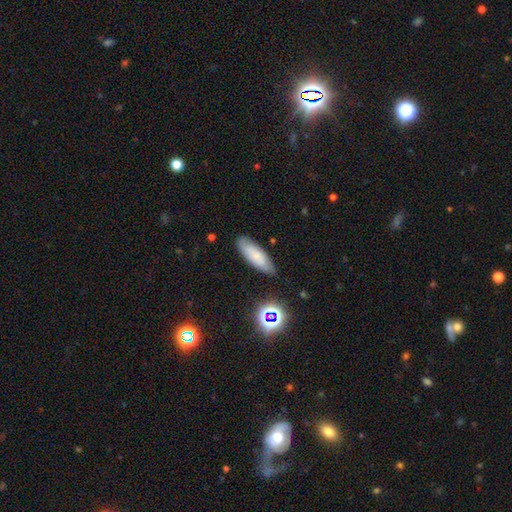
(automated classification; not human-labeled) A smooth galaxy with no disk features (66%) that is in between round and cigar-shaped (60%). Merging: none (80%).